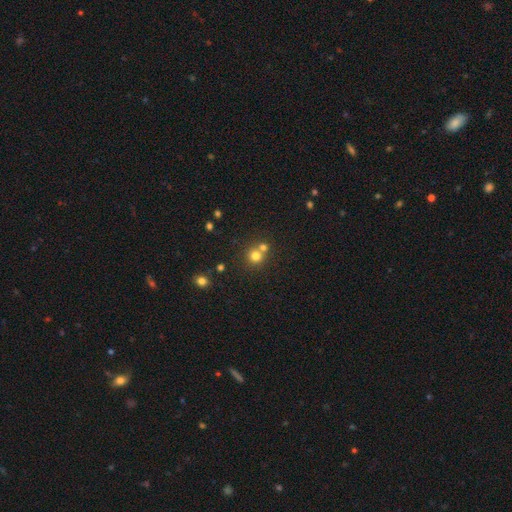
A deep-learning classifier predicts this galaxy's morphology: This appears to be a smooth galaxy with no disk features (75%) that is round (90%). Merging: none (54%).